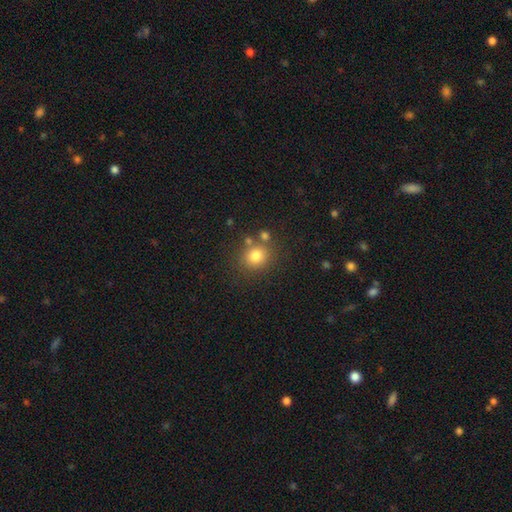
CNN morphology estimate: This appears to be a smooth galaxy with no disk features (79%) that is round (83%). Merging: none (74%).